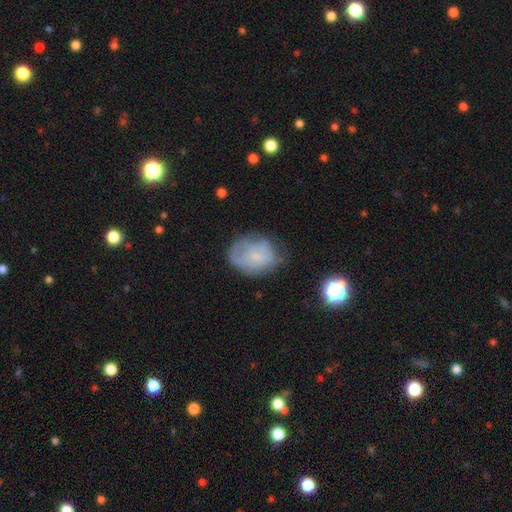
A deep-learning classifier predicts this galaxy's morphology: smooth 53%, featured or disk 36%, star or artifact 11%. Down the decision tree: how rounded — in between (60%); merging — none (54%).